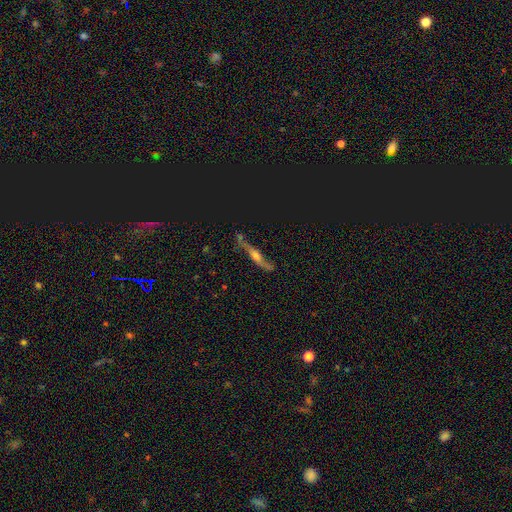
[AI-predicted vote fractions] Overall: featured or disk (67%). Edge-on disk: yes (73%). Merging: none (67%).